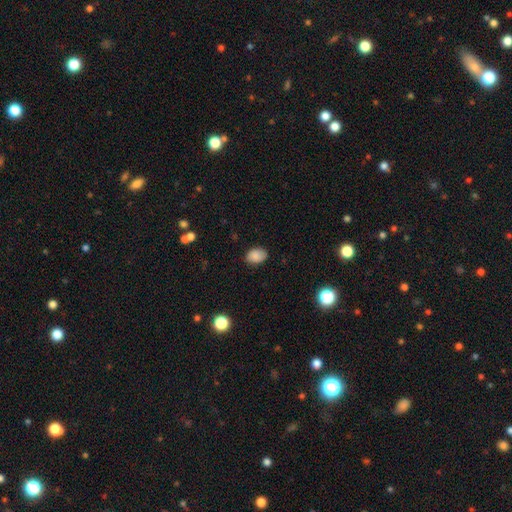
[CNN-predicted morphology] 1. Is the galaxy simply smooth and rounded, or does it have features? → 86% smooth, 8% star or artifact, 6% featured or disk.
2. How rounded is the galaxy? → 79% in between, 20% round, 1% cigar-shaped.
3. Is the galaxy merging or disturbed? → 82% none, 14% minor disturbance, 3% major disturbance, 1% merger.